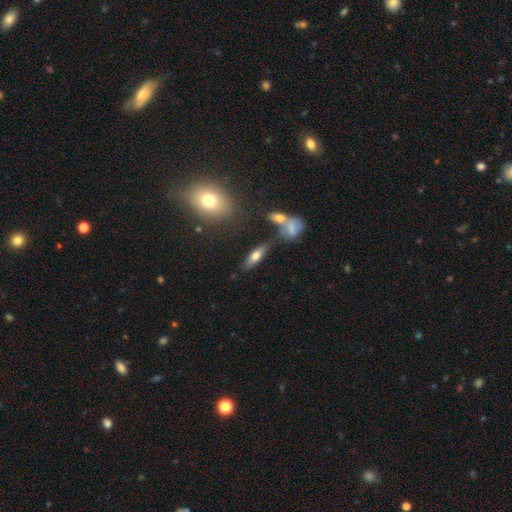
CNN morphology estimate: Smooth or featured? Predicted: smooth (p=0.58). How rounded? Predicted: in between (p=0.50). Merging? Predicted: none (p=0.70).